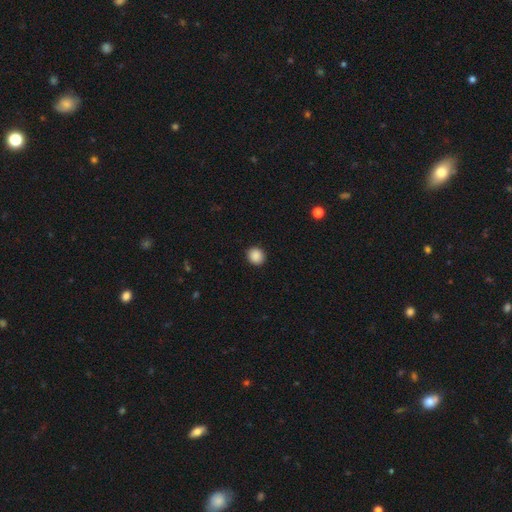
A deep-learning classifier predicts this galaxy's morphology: Overall: smooth (89%). How rounded: round (87%). Merging: none (92%).